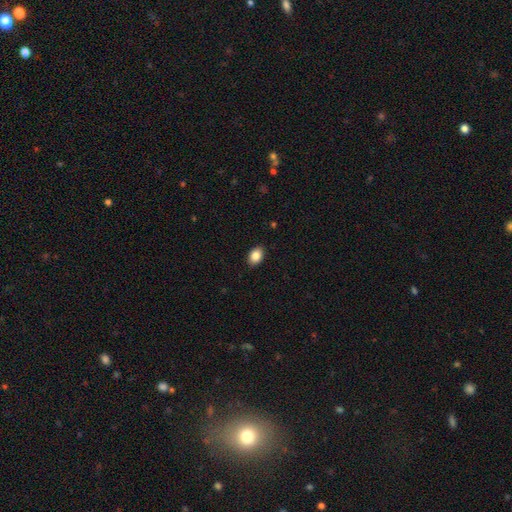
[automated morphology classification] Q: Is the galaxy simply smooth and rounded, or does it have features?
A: smooth — 87%.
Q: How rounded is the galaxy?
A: in between — 81%.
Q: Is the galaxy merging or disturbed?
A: none — 90%.